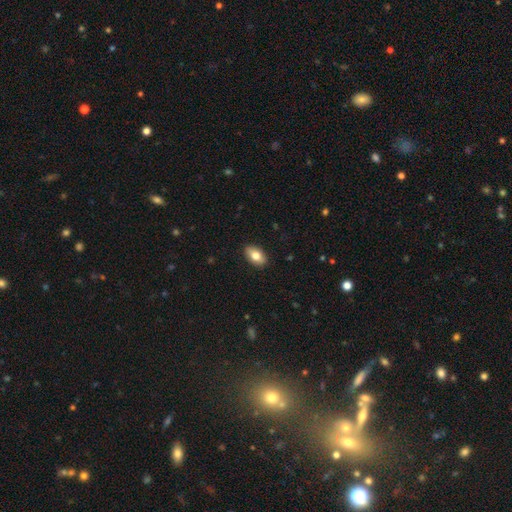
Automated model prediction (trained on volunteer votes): Overall: smooth (79%). How rounded: in between (91%). Merging: none (89%).